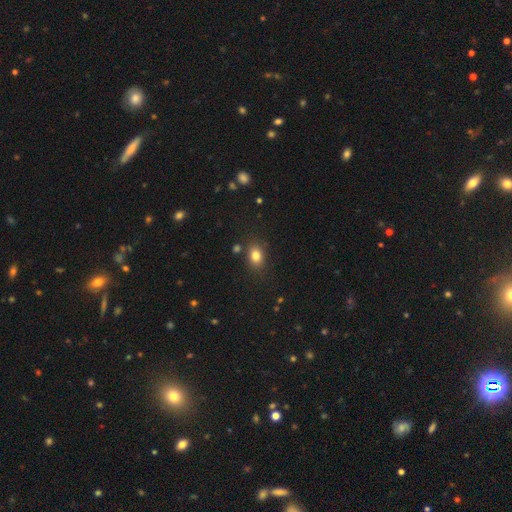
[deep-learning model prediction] Smooth or featured?
  - smooth: 81% *
  - star or artifact: 11%
  - featured or disk: 8%
How rounded?
  - in between: 69% *
  - round: 30%
  - cigar-shaped: 1%
Merging?
  - none: 81% *
  - minor disturbance: 11%
  - merger: 4%
  - major disturbance: 3%